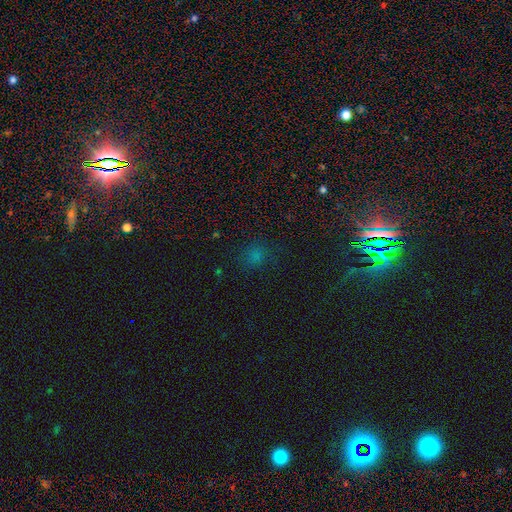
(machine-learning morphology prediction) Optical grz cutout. It shows a smooth galaxy with no disk features (50%) that is round (74%). Merging: none (80%).